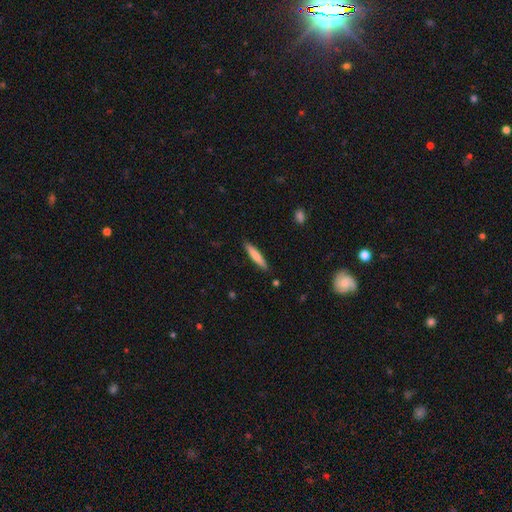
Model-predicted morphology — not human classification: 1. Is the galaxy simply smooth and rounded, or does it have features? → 72% smooth, 23% featured or disk, 6% star or artifact.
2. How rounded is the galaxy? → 90% cigar-shaped, 9% in between, 1% round.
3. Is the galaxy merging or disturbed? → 88% none, 8% minor disturbance, 2% major disturbance, 1% merger.